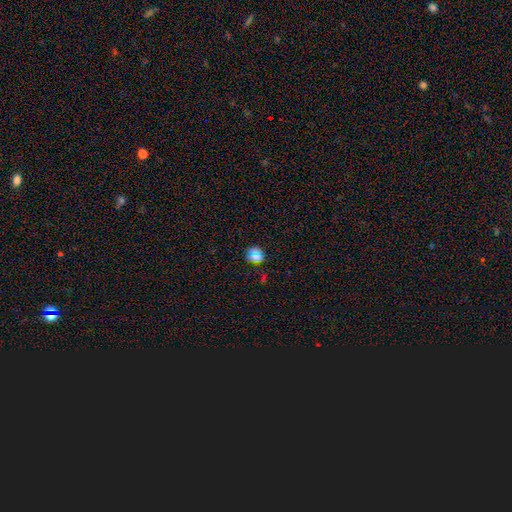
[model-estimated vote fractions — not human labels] Smooth or featured? smooth (59%)
How rounded? round (76%)
Merging? none (82%)